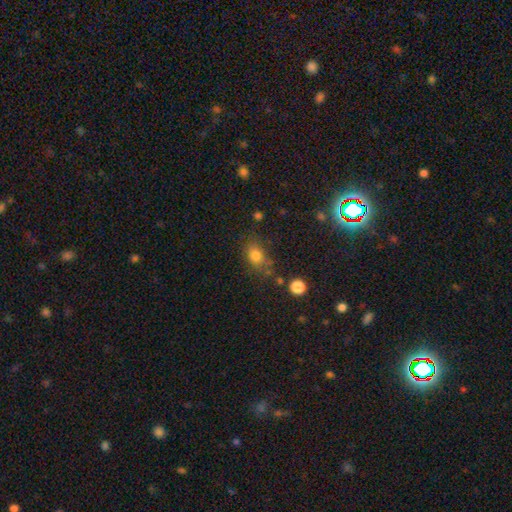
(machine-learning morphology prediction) Smooth or featured?
  - smooth: 79% *
  - star or artifact: 12%
  - featured or disk: 9%
How rounded?
  - in between: 65% *
  - round: 33%
  - cigar-shaped: 2%
Merging?
  - none: 64% *
  - minor disturbance: 21%
  - major disturbance: 8%
  - merger: 6%